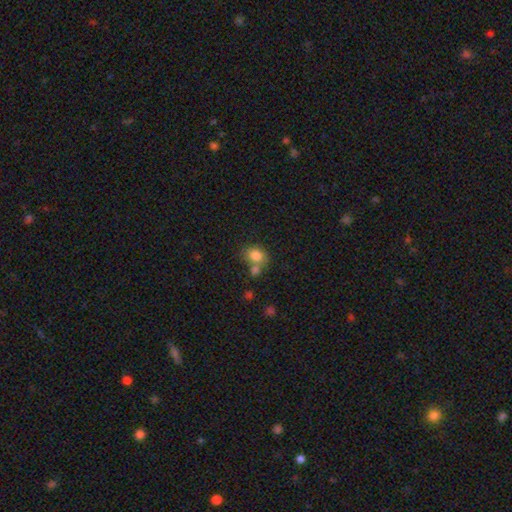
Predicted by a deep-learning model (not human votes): This appears to be a smooth galaxy with no disk features (81%) that is in between round and cigar-shaped (51%). Merging: none (45%).